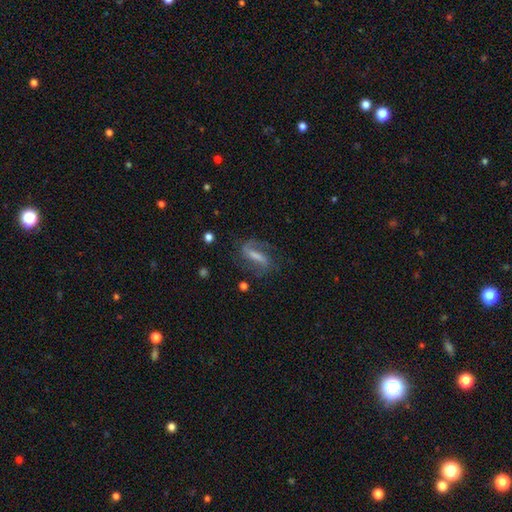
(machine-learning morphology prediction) A featured or disk galaxy (71%) with a strong bar (57%), 2 (80%) medium (43%) spiral arms (89%) and no central bulge (37%). Merging: none (65%).